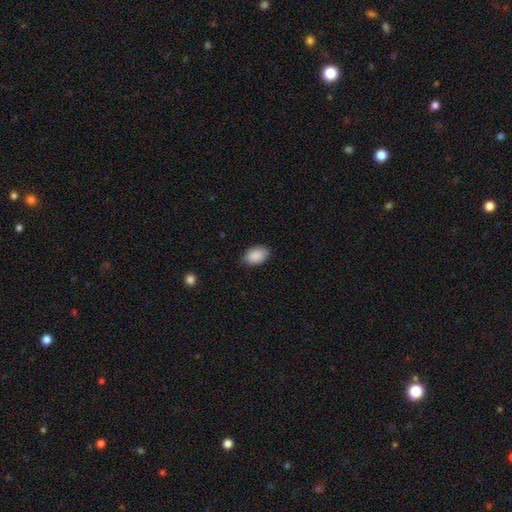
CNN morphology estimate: Smooth or featured: smooth — 90% (star or artifact — 7%)
How rounded: in between — 90% (round — 9%)
Merging: none — 85% (minor disturbance — 12%)